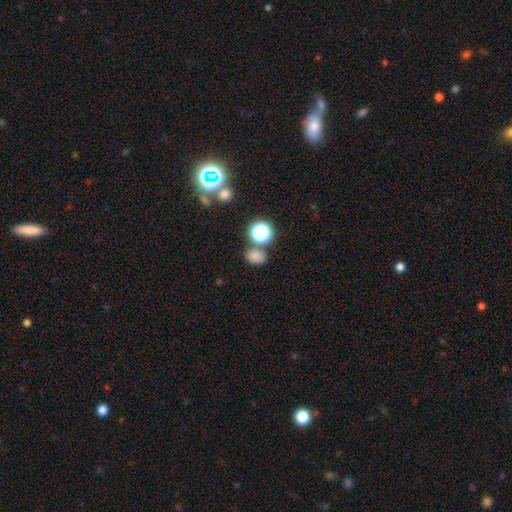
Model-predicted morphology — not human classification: Smooth or featured?
  - smooth: 75% *
  - star or artifact: 19%
  - featured or disk: 6%
How rounded?
  - in between: 54% *
  - round: 45%
  - cigar-shaped: 1%
Merging?
  - none: 70% *
  - merger: 14%
  - minor disturbance: 12%
  - major disturbance: 4%